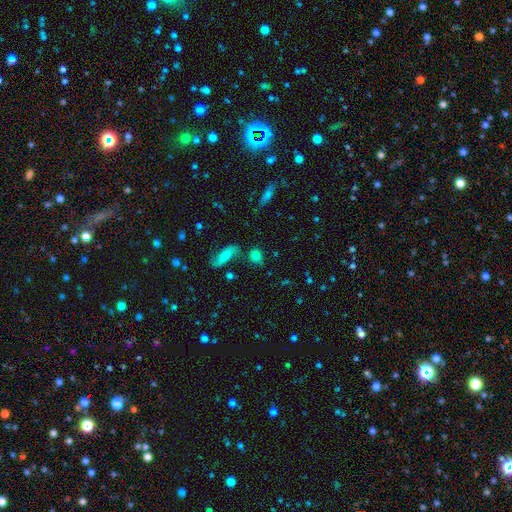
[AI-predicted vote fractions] smooth 74%, featured or disk 13%, star or artifact 13%. Down the decision tree: how rounded — round (48%); merging — none (68%).